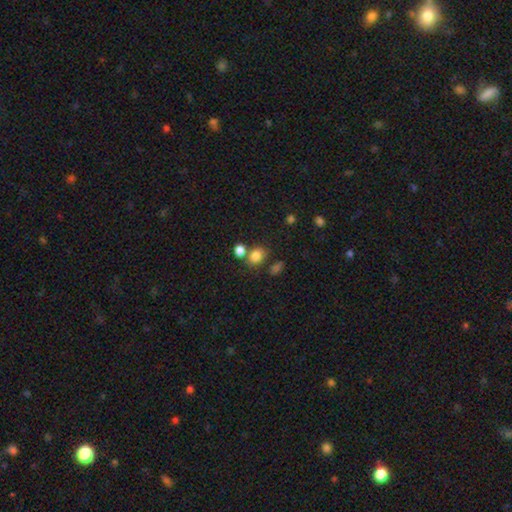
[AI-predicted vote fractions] Smooth or featured? smooth (81%)
How rounded? in between (51%)
Merging? none (59%)